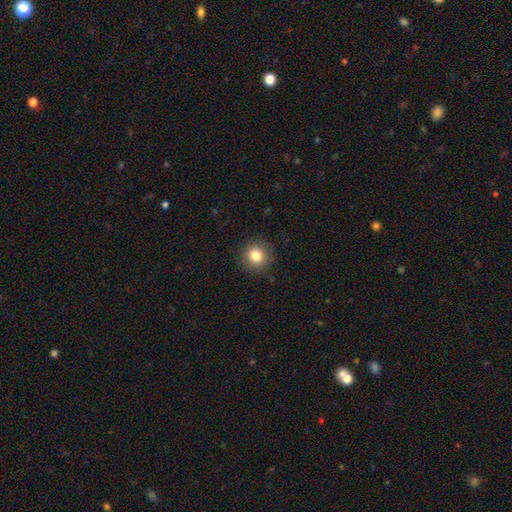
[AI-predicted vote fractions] smooth_or_featured: smooth (p=0.83) [alt: star or artifact p=0.10]
how_rounded: round (p=0.87) [alt: in between p=0.12]
merging: none (p=0.89) [alt: minor disturbance p=0.07]